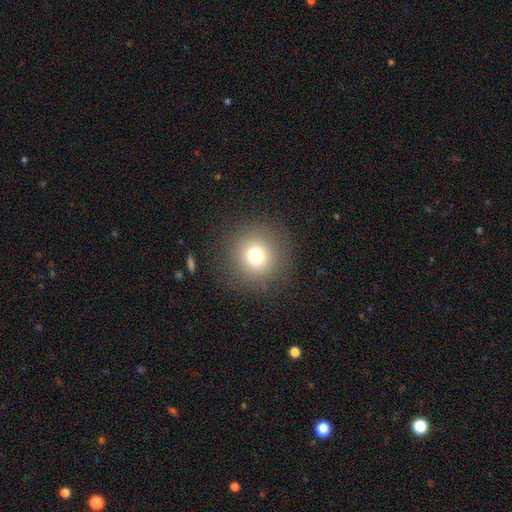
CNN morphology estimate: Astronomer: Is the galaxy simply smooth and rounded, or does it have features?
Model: smooth — 75%.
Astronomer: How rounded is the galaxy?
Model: round — 94%.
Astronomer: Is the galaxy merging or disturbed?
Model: none — 88%.